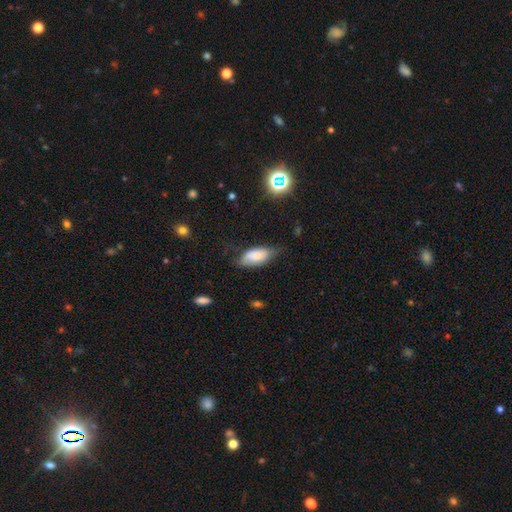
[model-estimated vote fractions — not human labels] This is likely a smooth galaxy (77%). How rounded: clearly in between (88%). Merging: possibly none (55%).